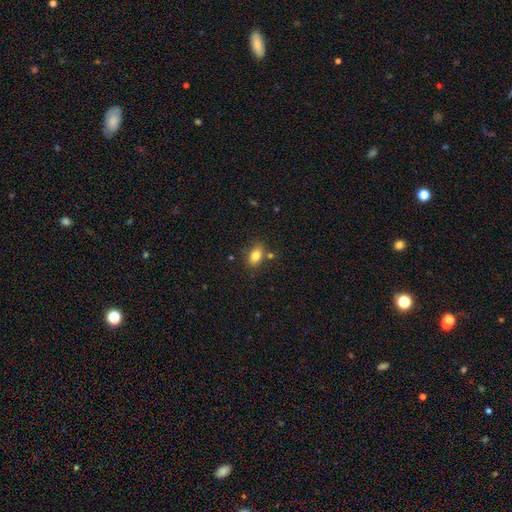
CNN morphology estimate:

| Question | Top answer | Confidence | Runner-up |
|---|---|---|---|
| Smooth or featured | smooth | 81% | featured or disk (10%) |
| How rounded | in between | 82% | round (15%) |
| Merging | none | 73% | minor disturbance (14%) |